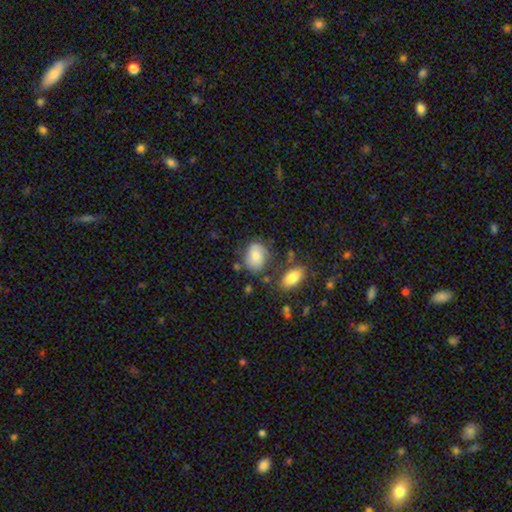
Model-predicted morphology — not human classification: A smooth galaxy with no disk features (79%) that is in between round and cigar-shaped (74%). Merging: none (63%).